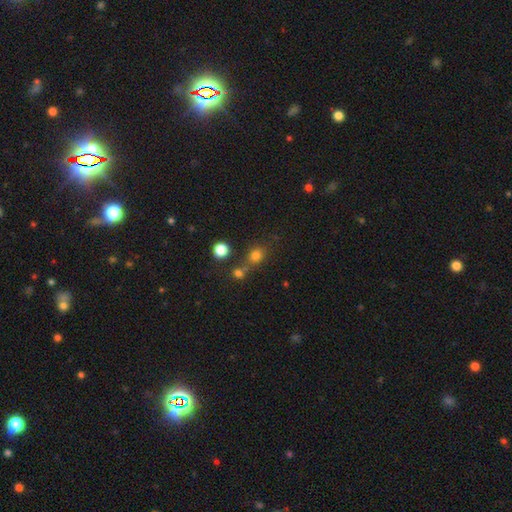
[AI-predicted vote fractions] Morphology: type=smooth (76%); roundness=round (74%); merging=none (62%).